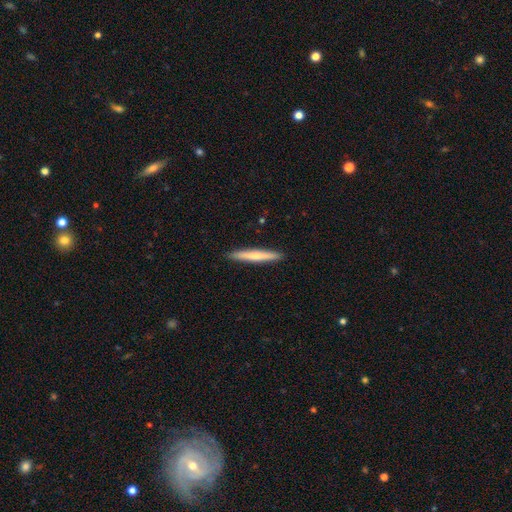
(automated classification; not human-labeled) smooth 64%, featured or disk 31%, star or artifact 5%. Down the decision tree: how rounded — cigar-shaped (96%); merging — none (92%).